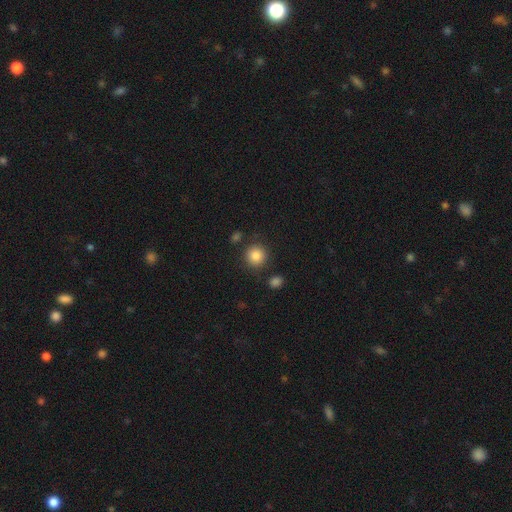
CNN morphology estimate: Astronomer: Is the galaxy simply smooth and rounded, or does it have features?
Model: smooth — 85%.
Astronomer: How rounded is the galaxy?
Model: round — 92%.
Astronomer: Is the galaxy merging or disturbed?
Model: none — 85%.